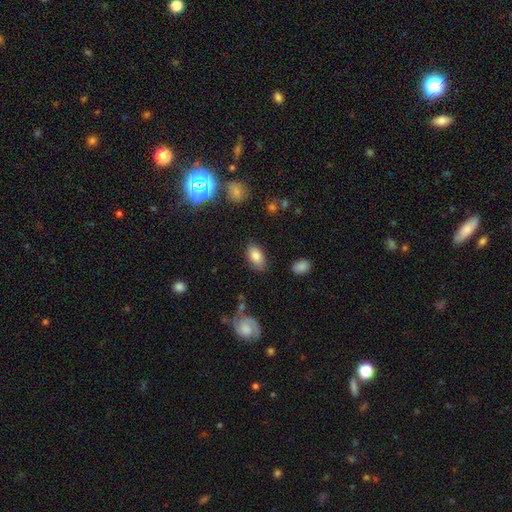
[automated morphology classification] type=smooth (81%); roundness=in between (93%); merging=none (81%).